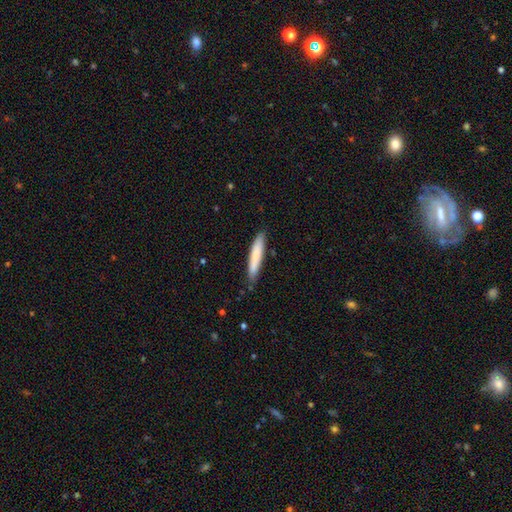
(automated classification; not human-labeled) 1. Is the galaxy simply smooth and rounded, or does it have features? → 79% smooth, 16% featured or disk, 5% star or artifact.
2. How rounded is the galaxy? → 91% cigar-shaped, 8% in between, 1% round.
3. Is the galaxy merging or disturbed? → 84% none, 13% minor disturbance, 2% major disturbance, 1% merger.